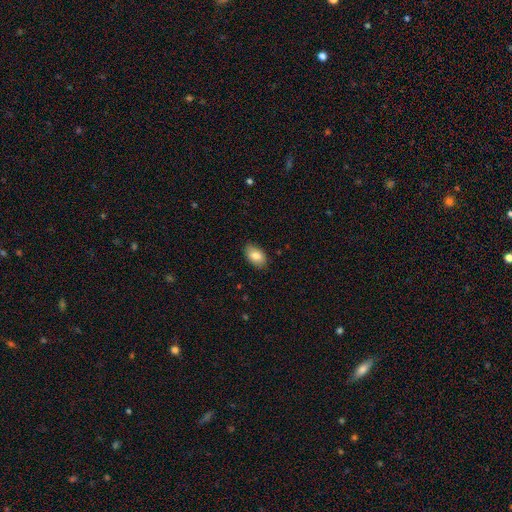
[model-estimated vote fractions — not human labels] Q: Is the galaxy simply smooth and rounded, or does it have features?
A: smooth — 83%.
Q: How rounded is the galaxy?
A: in between — 91%.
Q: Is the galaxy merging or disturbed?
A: none — 86%.